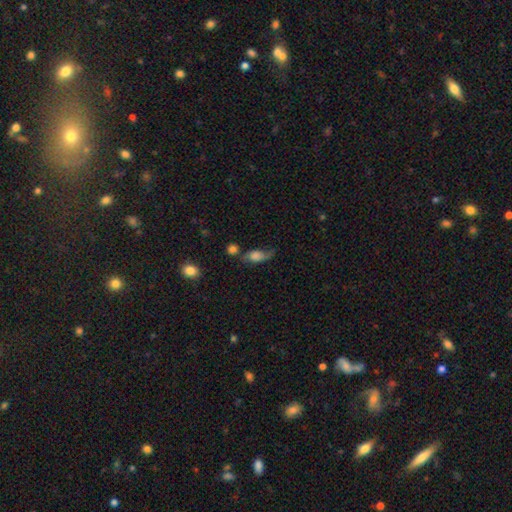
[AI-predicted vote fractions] smooth_or_featured: smooth (p=0.64) [alt: featured or disk p=0.25]
how_rounded: in between (p=0.75) [alt: round p=0.14]
merging: none (p=0.37) [alt: minor disturbance p=0.29]